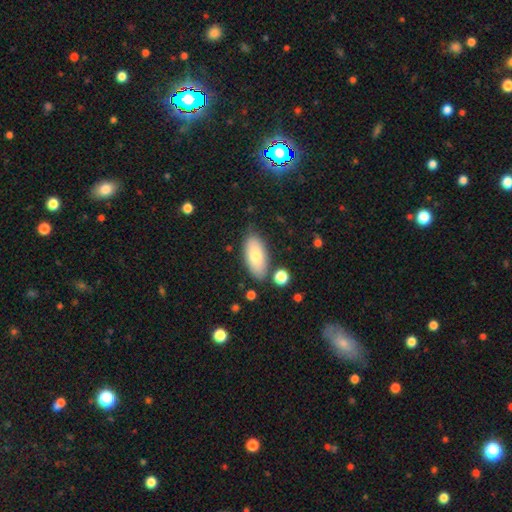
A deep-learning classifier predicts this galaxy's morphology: This is likely a smooth galaxy (77%). How rounded: clearly in between (89%). Merging: likely none (79%).